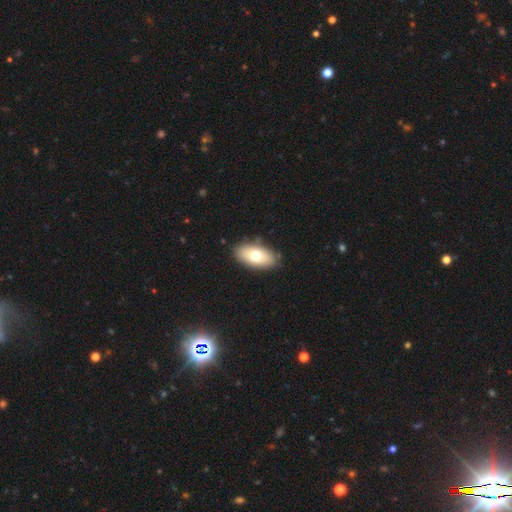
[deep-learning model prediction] A smooth galaxy with no disk features (71%) that is in between round and cigar-shaped (92%).

Vote fractions:
- Smooth or featured? smooth: 71% / featured or disk: 23% / star or artifact: 7%
- How rounded? in between: 92% / round: 4% / cigar-shaped: 3%
- Merging? none: 84% / minor disturbance: 12% / major disturbance: 3% / merger: 2%